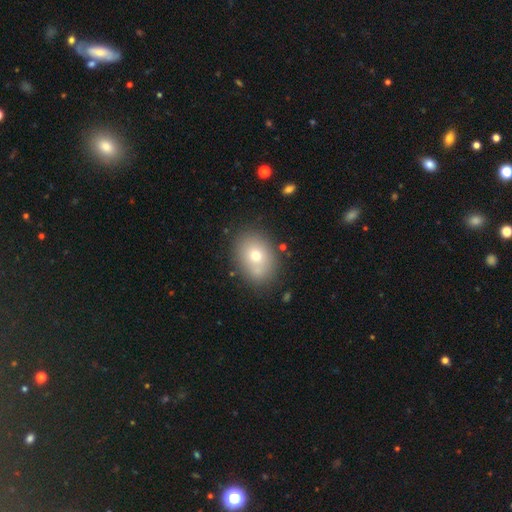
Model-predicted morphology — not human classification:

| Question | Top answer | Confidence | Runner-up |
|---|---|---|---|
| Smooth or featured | smooth | 70% | featured or disk (19%) |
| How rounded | in between | 63% | round (36%) |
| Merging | none | 78% | minor disturbance (13%) |